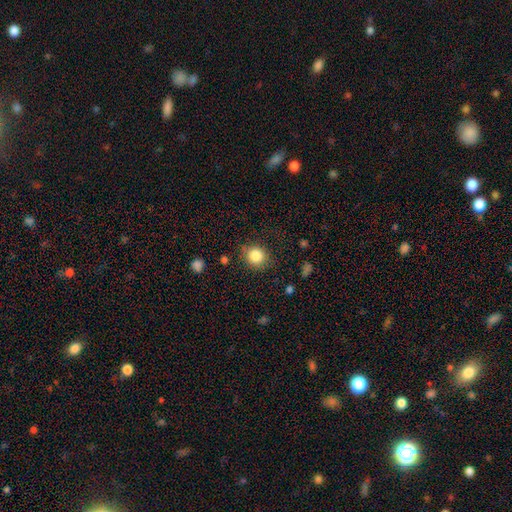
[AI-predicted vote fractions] smooth-or-featured: smooth: 84% | star or artifact: 10% | featured or disk: 6%
  how-rounded: round: 86% | in between: 14% | cigar-shaped: 1%
  merging: none: 82% | minor disturbance: 12% | major disturbance: 4% | merger: 2%